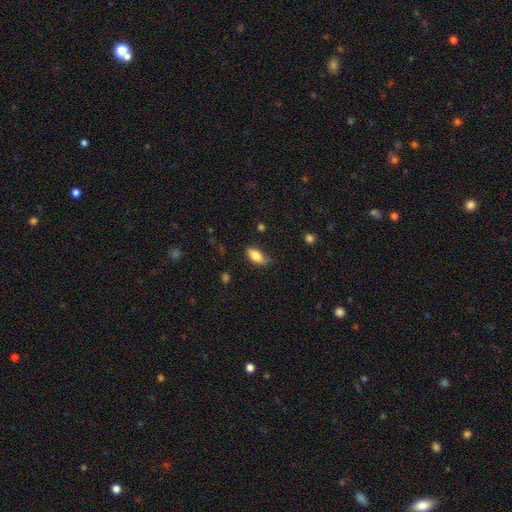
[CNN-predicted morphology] A smooth galaxy with no disk features (79%) that is in between round and cigar-shaped (87%). Merging: none (62%).